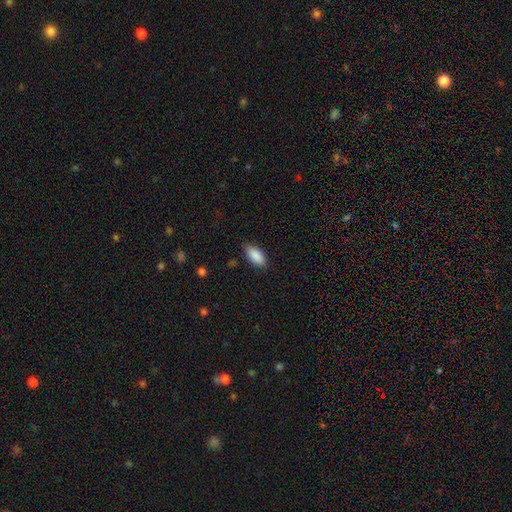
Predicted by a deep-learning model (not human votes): The model was most divided on "merging": none: 85%, minor disturbance: 12%, major disturbance: 2%, merger: 1%. More confident: smooth or featured — smooth (90%); how rounded — in between (89%).